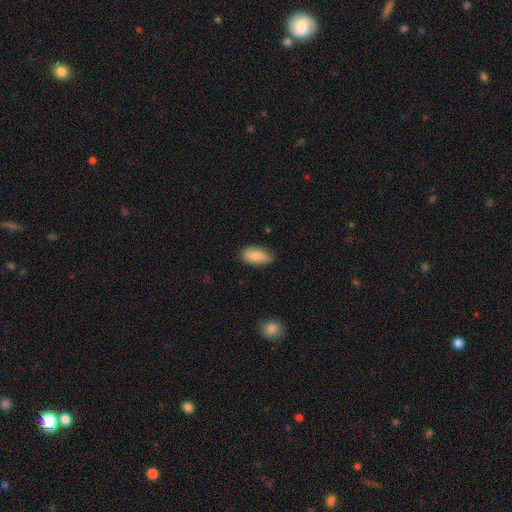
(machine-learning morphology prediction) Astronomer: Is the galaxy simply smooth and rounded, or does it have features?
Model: smooth — 83%.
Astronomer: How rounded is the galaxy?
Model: in between — 92%.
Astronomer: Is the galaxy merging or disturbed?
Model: none — 81%.